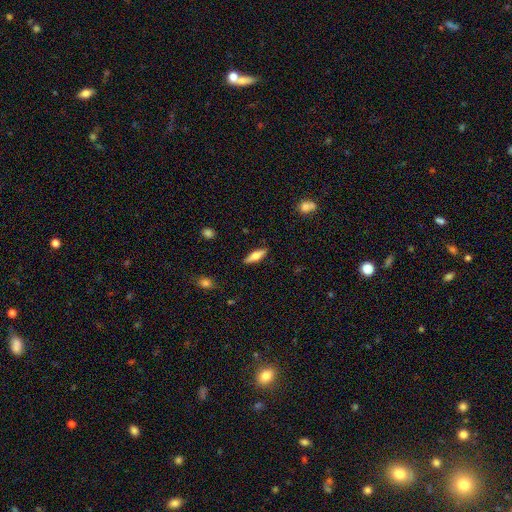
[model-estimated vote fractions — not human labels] smooth-or-featured: smooth: 56% | featured or disk: 38% | star or artifact: 6%
  how-rounded: cigar-shaped: 50% | in between: 47% | round: 3%
  merging: none: 88% | minor disturbance: 8% | major disturbance: 2% | merger: 1%